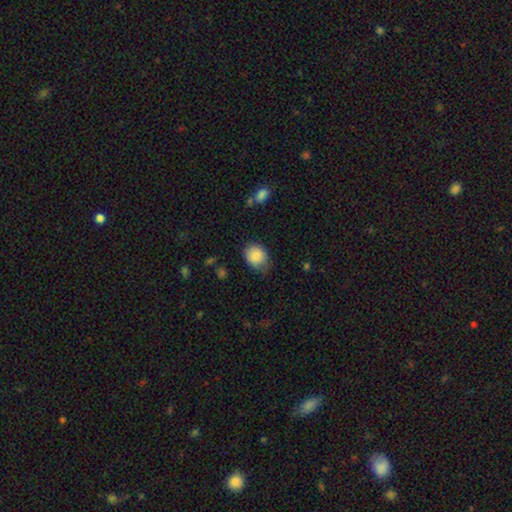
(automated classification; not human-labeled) Smooth or featured? smooth (87%)
How rounded? round (61%)
Merging? none (68%)